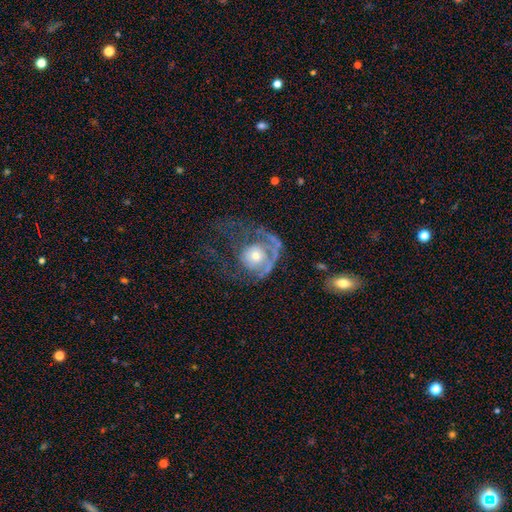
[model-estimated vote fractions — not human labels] smooth_or_featured: featured or disk (p=0.67) [alt: smooth p=0.25]
disk_edge_on: no (p=0.96) [alt: yes p=0.04]
bar: no (p=0.83) [alt: weak p=0.13]
has_spiral_arms: yes (p=0.64) [alt: no p=0.36]
bulge_size: moderate (p=0.48) [alt: small p=0.42]
merging: major disturbance (p=0.54) [alt: none p=0.28]